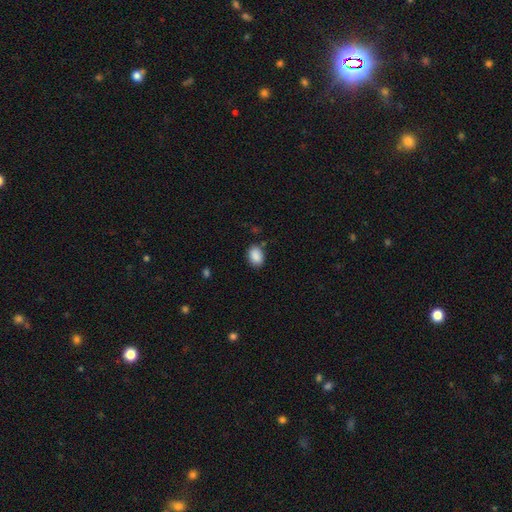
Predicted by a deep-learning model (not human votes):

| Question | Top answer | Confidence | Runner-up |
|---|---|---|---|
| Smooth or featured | smooth | 89% | star or artifact (8%) |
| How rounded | in between | 79% | round (20%) |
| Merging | none | 81% | minor disturbance (13%) |